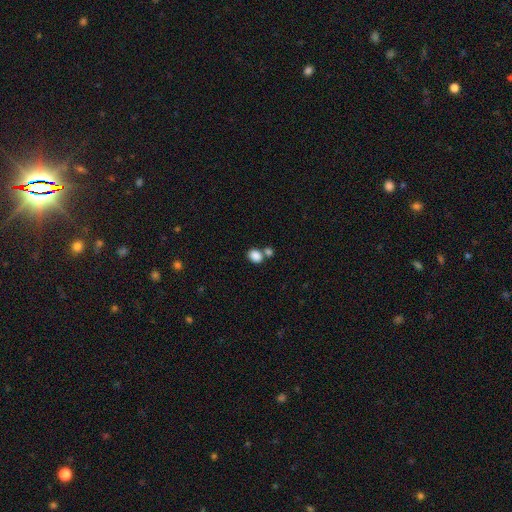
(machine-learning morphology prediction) smooth-or-featured: smooth: 86% | star or artifact: 9% | featured or disk: 5%
  how-rounded: in between: 58% | round: 41% | cigar-shaped: 1%
  merging: none: 53% | merger: 33% | minor disturbance: 10% | major disturbance: 4%